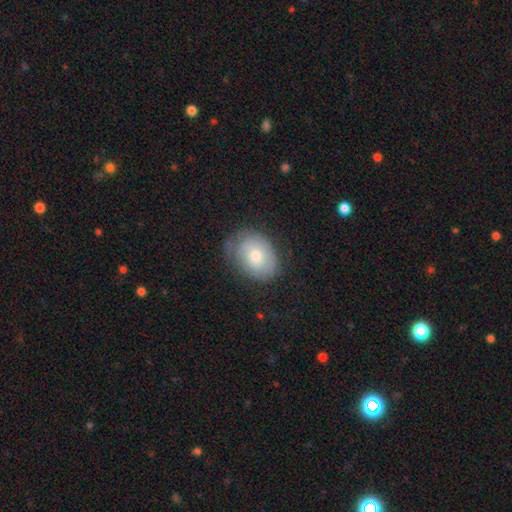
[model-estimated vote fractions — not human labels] This appears to be a smooth galaxy with no disk features (64%) that is in between round and cigar-shaped (70%). Merging: none (66%).